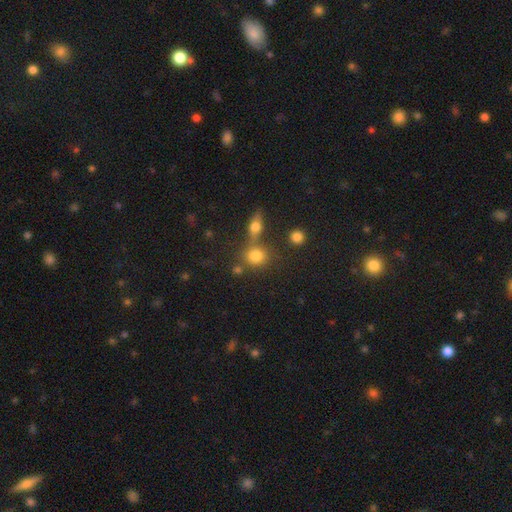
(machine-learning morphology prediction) The model was most divided on "merging": none: 58%, merger: 28%, minor disturbance: 10%, major disturbance: 5%. More confident: smooth or featured — smooth (77%); how rounded — round (77%).